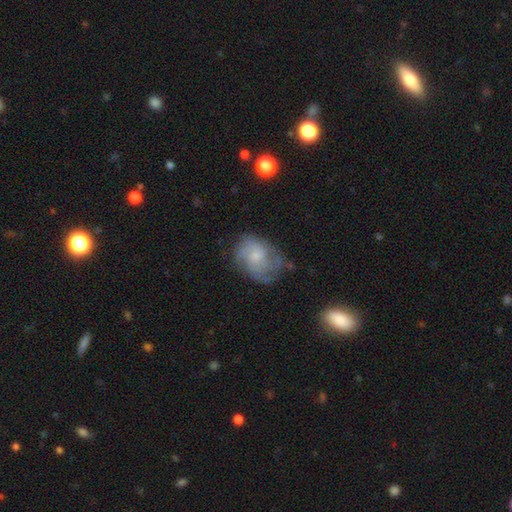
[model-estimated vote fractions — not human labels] featured or disk 57%, smooth 34%, star or artifact 9%. Down the decision tree: edge-on disk — no (97%); bar — no (77%); spiral arms — yes (79%); bulge size — small (52%); merging — none (55%).